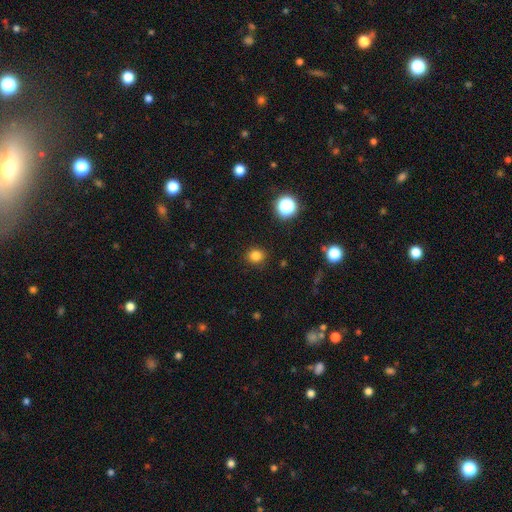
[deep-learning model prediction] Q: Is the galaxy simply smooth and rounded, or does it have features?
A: smooth — 81%.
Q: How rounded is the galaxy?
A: round — 83%.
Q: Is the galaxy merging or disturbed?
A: none — 90%.